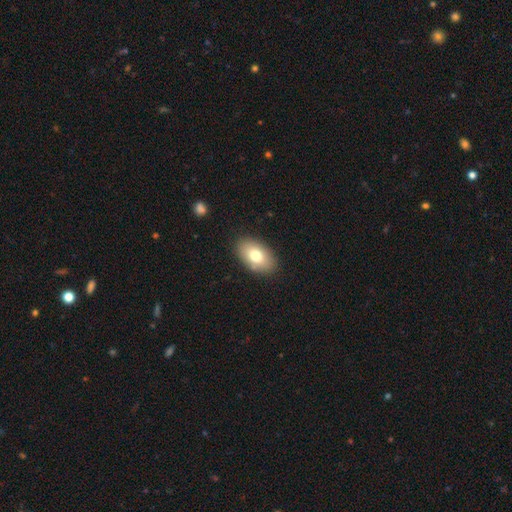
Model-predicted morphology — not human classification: This is likely a smooth galaxy (75%). How rounded: clearly in between (92%). Merging: clearly none (87%).